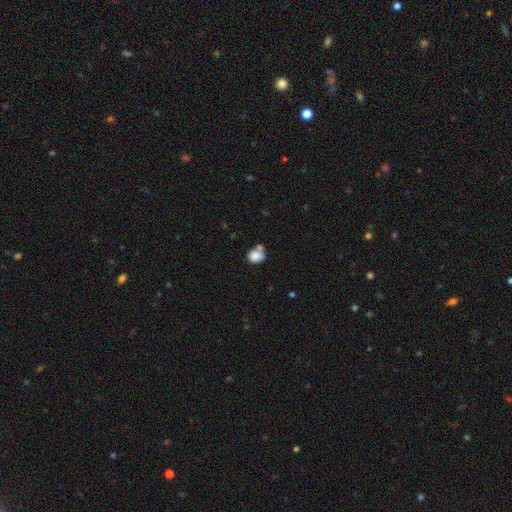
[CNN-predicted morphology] The model was most divided on "how rounded": in between: 51%, round: 48%, cigar-shaped: 1%. Remaining: smooth or featured — smooth (84%); merging — none (48%).